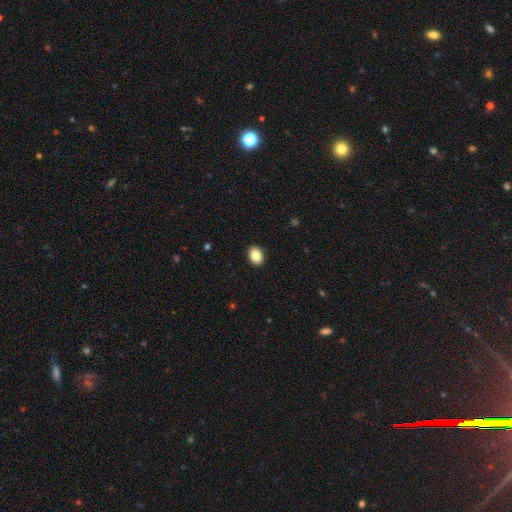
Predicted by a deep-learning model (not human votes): This is clearly a smooth galaxy (85%). How rounded: likely in between (67%). Merging: clearly none (91%).